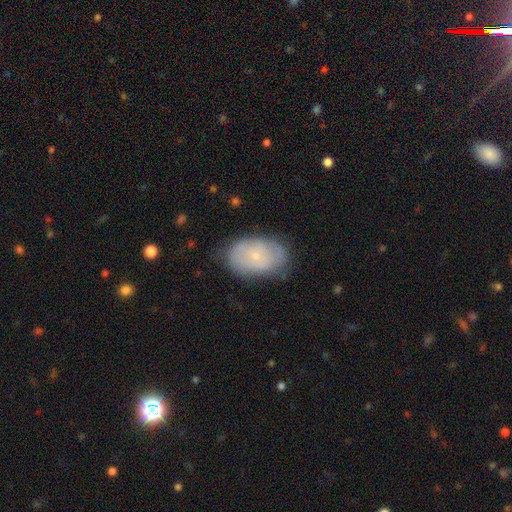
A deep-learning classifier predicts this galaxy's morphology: The model was most divided on "smooth or featured": smooth: 50%, featured or disk: 42%, star or artifact: 8%. More confident: merging — none (72%).